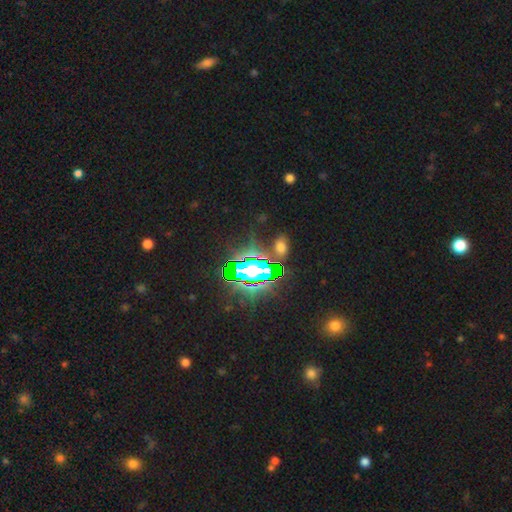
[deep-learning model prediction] Morphology: type=star or artifact (82%).